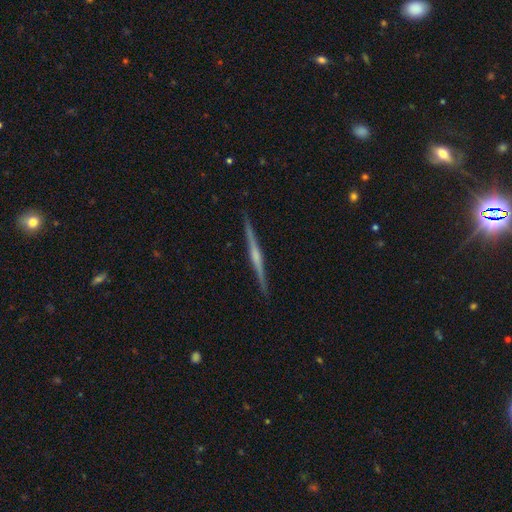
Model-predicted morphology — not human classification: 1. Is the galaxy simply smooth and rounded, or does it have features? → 79% featured or disk, 16% smooth, 5% star or artifact.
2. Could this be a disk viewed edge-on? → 99% yes, 1% no.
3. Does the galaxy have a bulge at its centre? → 60% rounded, 24% none, 17% boxy.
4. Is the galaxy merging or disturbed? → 92% none, 5% minor disturbance, 1% major disturbance, 1% merger.